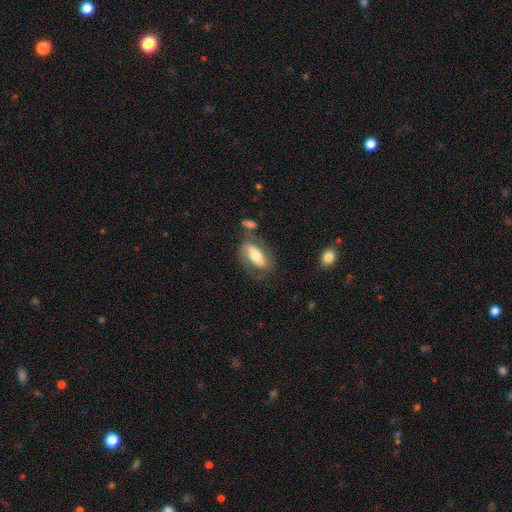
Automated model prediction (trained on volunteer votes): Smooth or featured: smooth — 55% (featured or disk — 38%)
How rounded: in between — 83% (cigar-shaped — 13%)
Merging: none — 60% (minor disturbance — 19%)